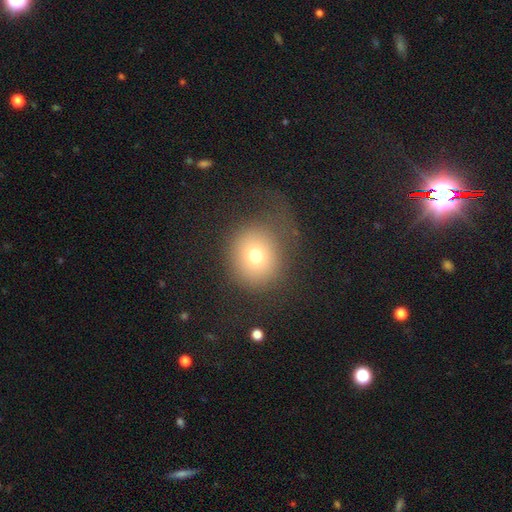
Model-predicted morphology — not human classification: smooth_or_featured: smooth (p=0.71) [alt: featured or disk p=0.16]
how_rounded: round (p=0.84) [alt: in between p=0.16]
merging: none (p=0.51) [alt: major disturbance p=0.28]